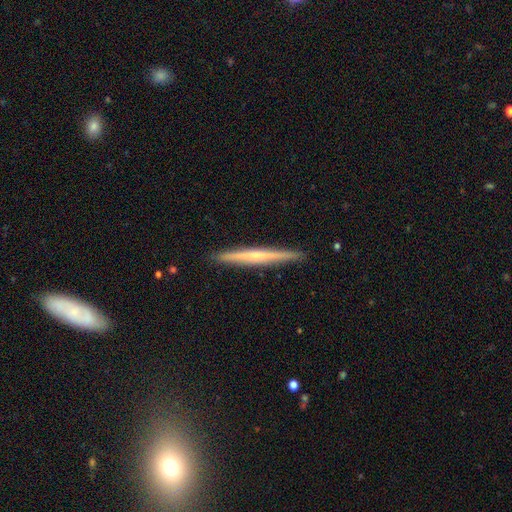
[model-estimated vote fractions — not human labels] Smooth or featured: featured or disk — 61% (smooth — 34%)
Edge-on disk: yes — 98% (no — 2%)
Edge-on bulge: none — 49% (rounded — 45%)
Merging: none — 92% (minor disturbance — 6%)